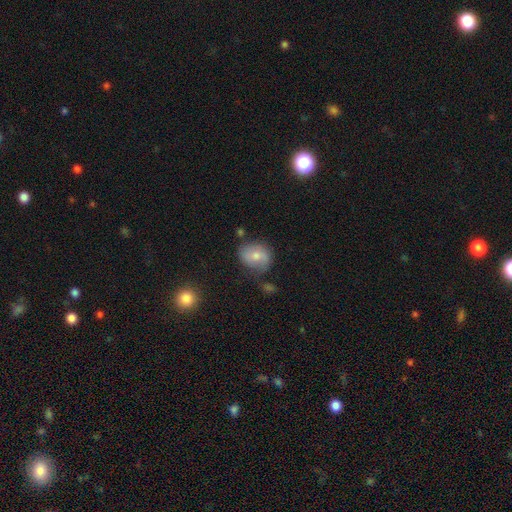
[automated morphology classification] Smooth or featured? smooth (59%)
How rounded? round (59%)
Merging? none (62%)